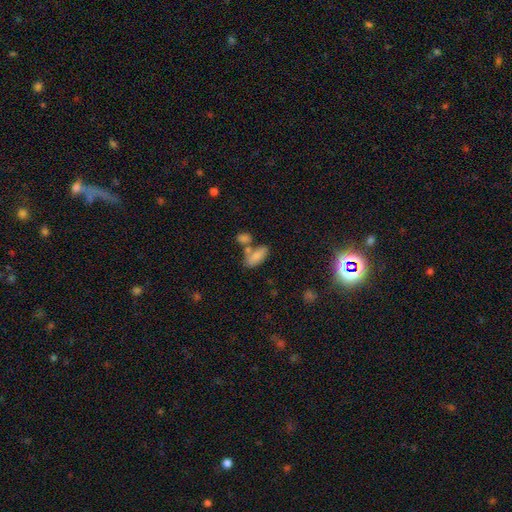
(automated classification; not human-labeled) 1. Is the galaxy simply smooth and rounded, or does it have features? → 81% smooth, 11% featured or disk, 8% star or artifact.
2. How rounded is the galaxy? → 87% in between, 10% cigar-shaped, 3% round.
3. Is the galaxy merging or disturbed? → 44% none, 37% merger, 13% minor disturbance, 6% major disturbance.